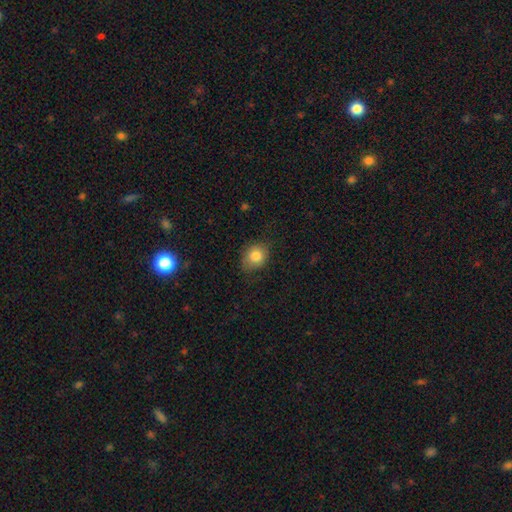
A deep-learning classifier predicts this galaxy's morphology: Smooth or featured? Predicted: smooth (p=0.82). How rounded? Predicted: round (p=0.59). Merging? Predicted: none (p=0.71).